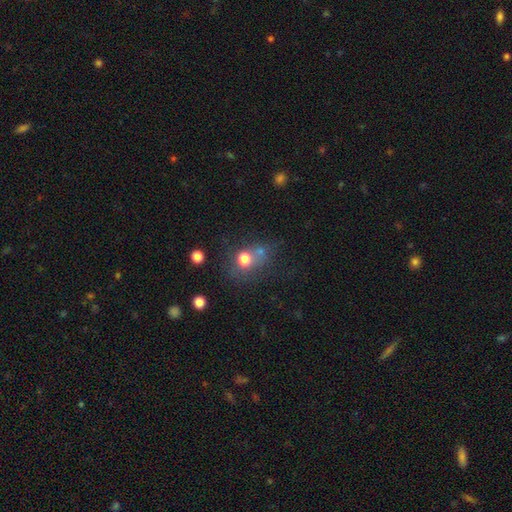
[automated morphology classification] This is likely a smooth galaxy (63%). How rounded: likely round (76%). Merging: possibly none (46%).